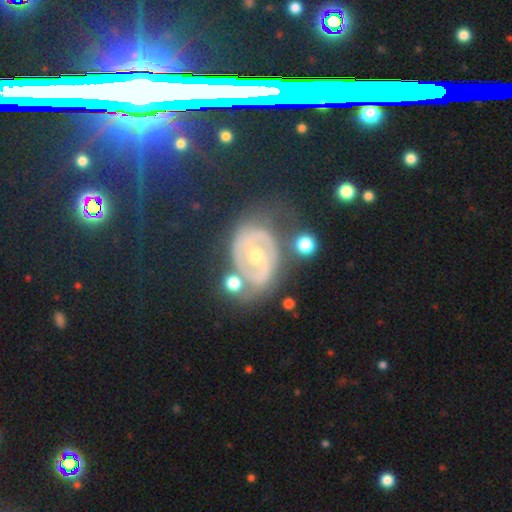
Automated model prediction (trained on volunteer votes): A featured or disk galaxy (72%) with no bar (46%), spiral arms (60%) and a moderate central bulge (64%). Merging: none (61%).